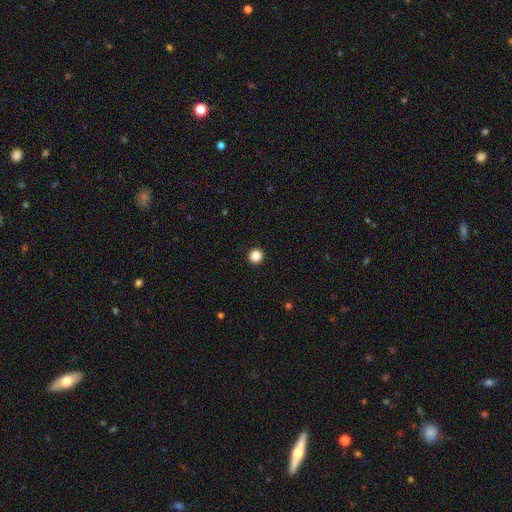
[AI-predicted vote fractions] Smooth or featured? Predicted: smooth (p=0.86). How rounded? Predicted: round (p=0.95). Merging? Predicted: none (p=0.94).